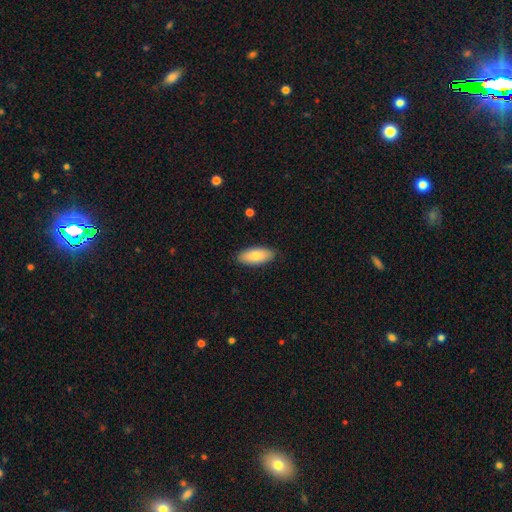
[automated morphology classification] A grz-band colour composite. It shows a smooth galaxy with no disk features (83%) that is in between round and cigar-shaped (86%). Merging: none (88%).